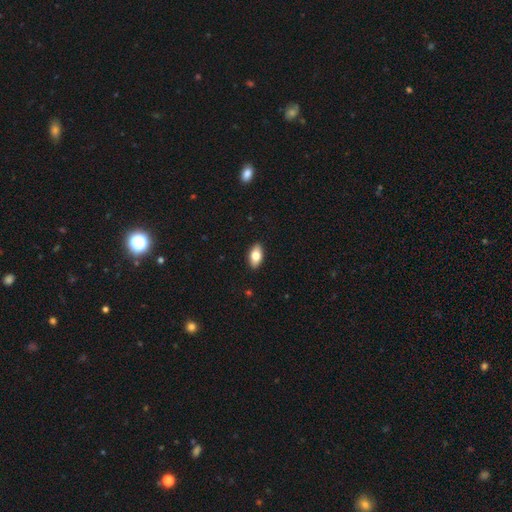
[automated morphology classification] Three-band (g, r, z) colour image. It shows a smooth galaxy with no disk features (78%) that is in between round and cigar-shaped (91%). Merging: none (90%).